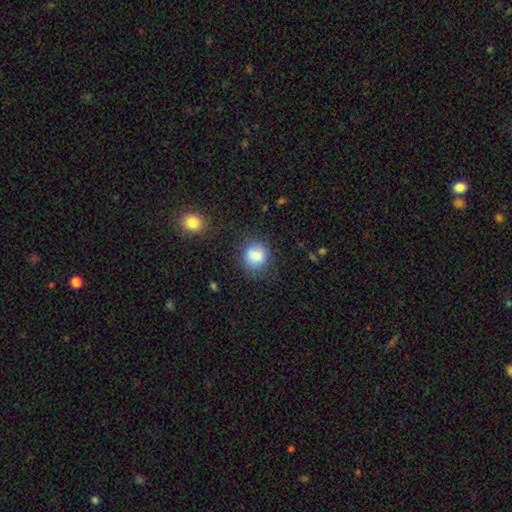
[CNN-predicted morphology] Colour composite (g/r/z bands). It shows a smooth galaxy with no disk features (83%) that is round (83%). Merging: none (78%).